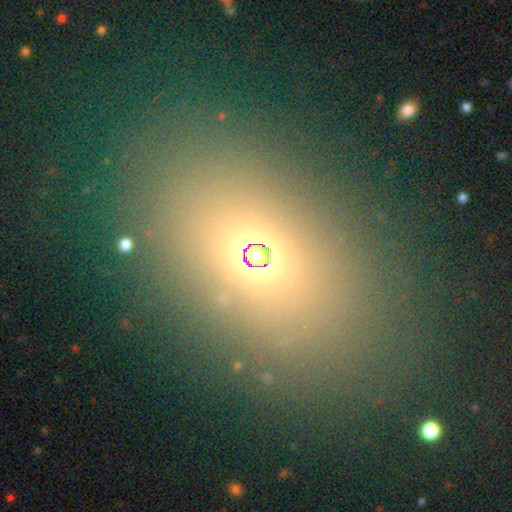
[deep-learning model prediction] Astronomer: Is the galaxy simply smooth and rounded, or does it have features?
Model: smooth — 54% (runner-up: star or artifact, 32%).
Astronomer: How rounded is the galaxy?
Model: in between — 67%.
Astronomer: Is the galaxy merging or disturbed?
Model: none — 82%.